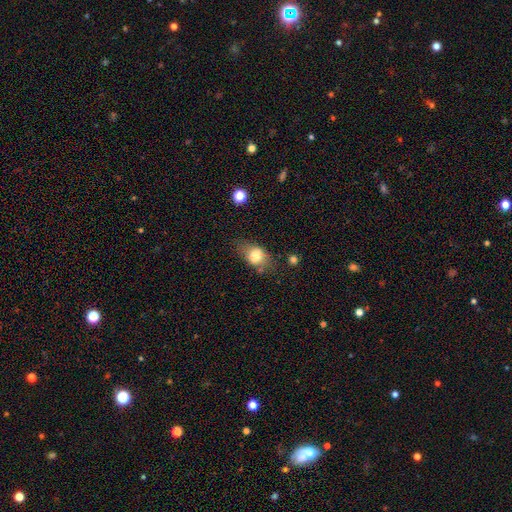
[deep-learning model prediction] The model was most divided on "merging": none: 63%, minor disturbance: 24%, major disturbance: 9%, merger: 4%. More confident: how rounded — in between (75%); smooth or featured — smooth (72%).